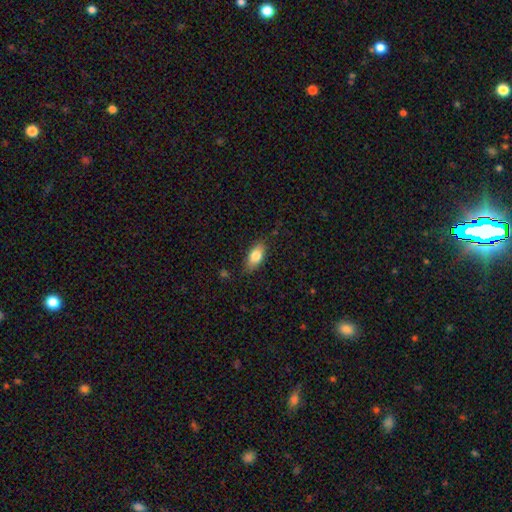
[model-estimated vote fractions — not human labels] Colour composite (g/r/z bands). It shows a smooth galaxy with no disk features (80%) that is in between round and cigar-shaped (88%). Merging: none (81%).